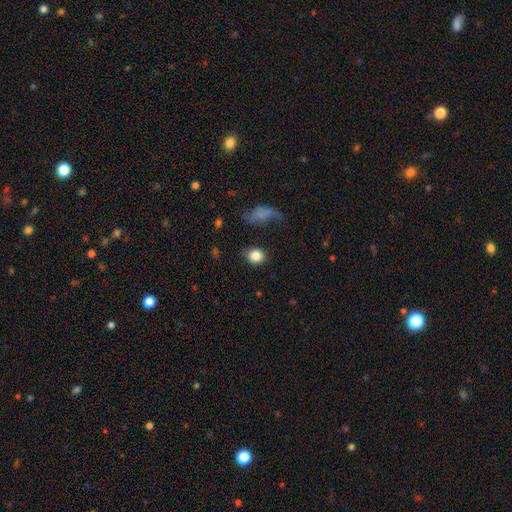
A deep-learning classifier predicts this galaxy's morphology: This is clearly a smooth galaxy (83%). How rounded: likely round (72%). Merging: likely none (76%).